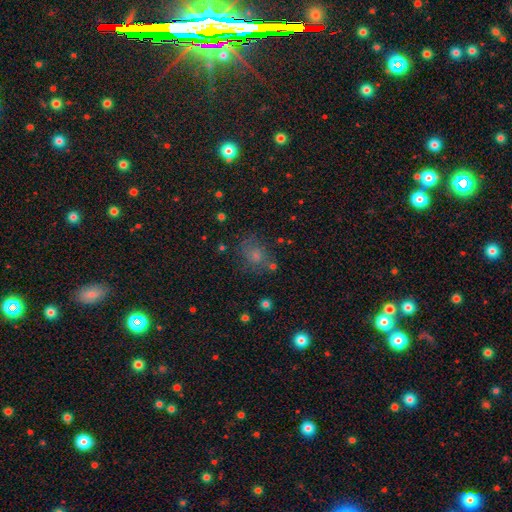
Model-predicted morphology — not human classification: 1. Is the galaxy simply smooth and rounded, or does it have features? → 53% smooth, 28% star or artifact, 19% featured or disk.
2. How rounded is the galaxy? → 58% round, 40% in between, 2% cigar-shaped.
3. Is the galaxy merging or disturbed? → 66% none, 19% minor disturbance, 10% major disturbance, 5% merger.